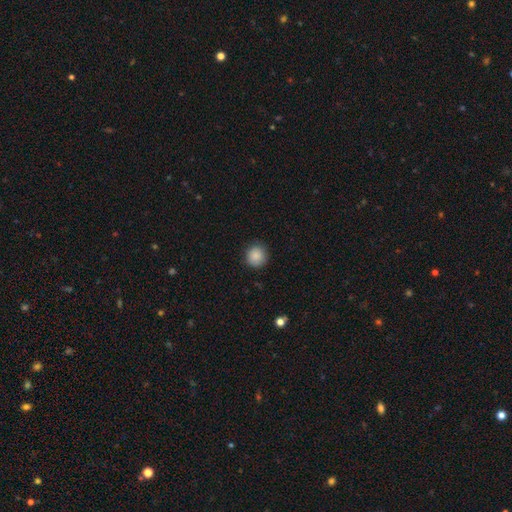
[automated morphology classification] type=smooth (88%); roundness=round (92%); merging=none (88%).